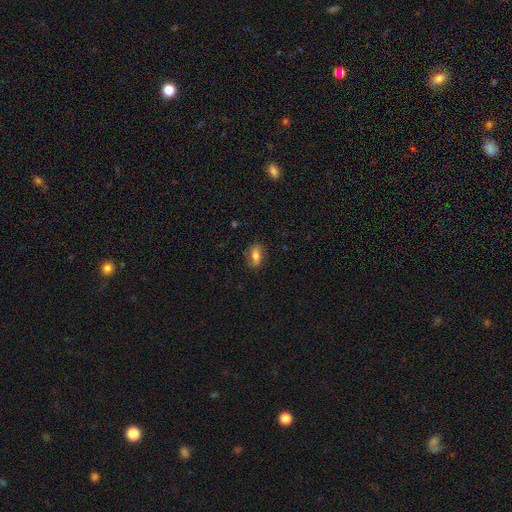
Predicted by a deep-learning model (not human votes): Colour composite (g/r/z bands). It shows a smooth galaxy with no disk features (75%) that is in between round and cigar-shaped (83%). Merging: none (82%).